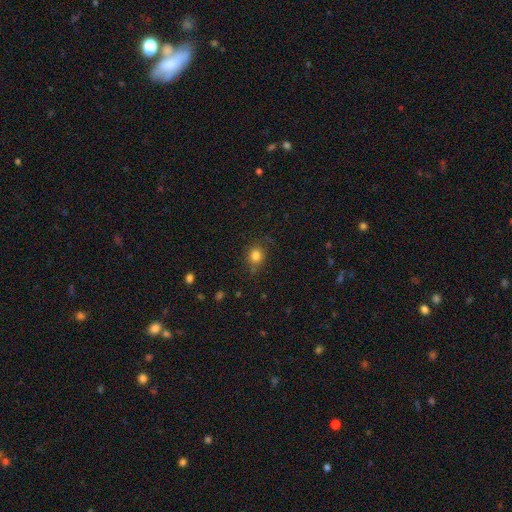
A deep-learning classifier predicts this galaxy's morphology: This appears to be a smooth galaxy with no disk features (81%) that is round (78%). Merging: none (74%).